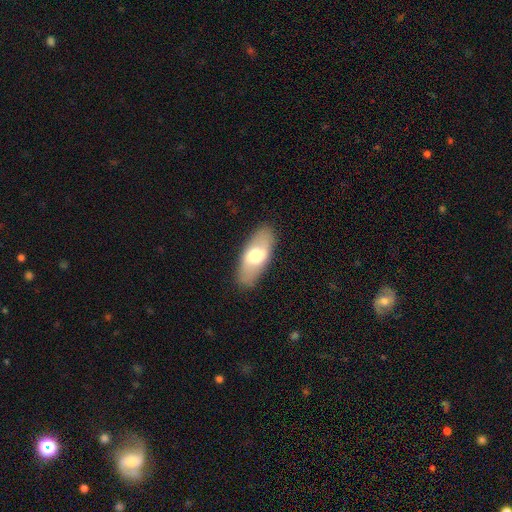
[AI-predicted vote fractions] smooth 58%, featured or disk 36%, star or artifact 6%. Down the decision tree: how rounded — in between (83%); merging — none (86%).